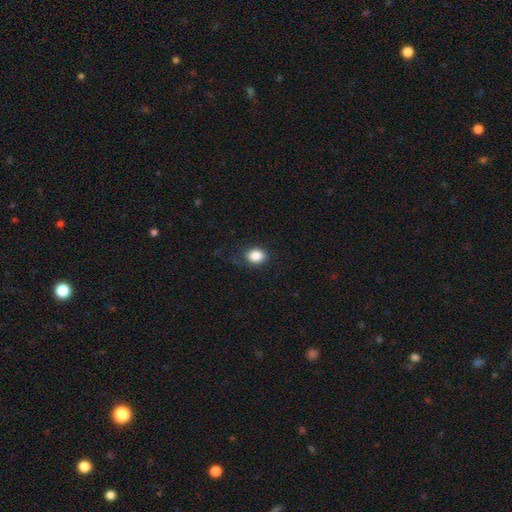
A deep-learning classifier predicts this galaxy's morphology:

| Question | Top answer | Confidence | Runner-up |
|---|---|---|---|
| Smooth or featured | smooth | 86% | star or artifact (9%) |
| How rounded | in between | 56% | round (43%) |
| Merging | none | 76% | minor disturbance (17%) |